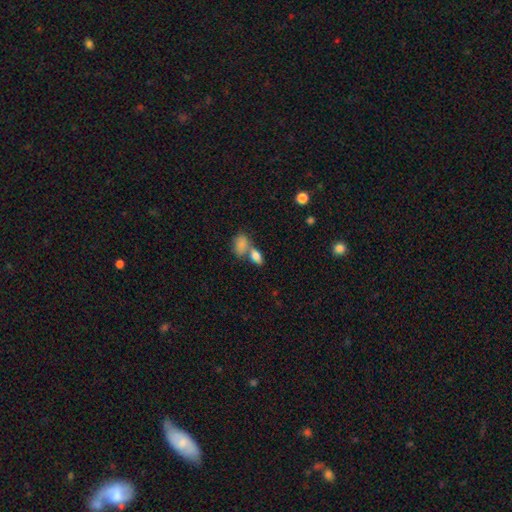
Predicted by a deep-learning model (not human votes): Smooth or featured? Predicted: smooth (p=0.81). How rounded? Predicted: in between (p=0.88). Merging? Predicted: merger (p=0.46).